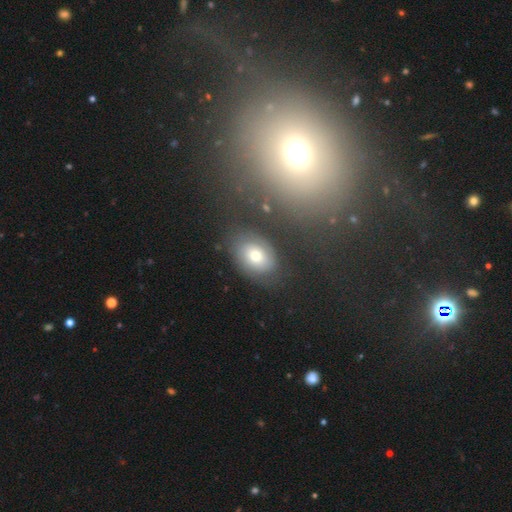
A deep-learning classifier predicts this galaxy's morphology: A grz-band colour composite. It shows a smooth galaxy with no disk features (58%) that is in between round and cigar-shaped (77%). Merging: none (78%).